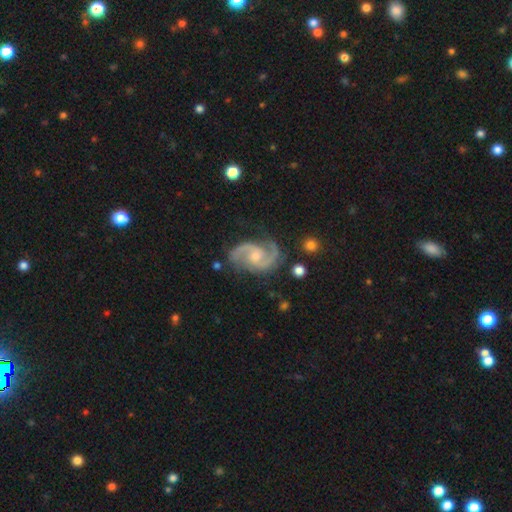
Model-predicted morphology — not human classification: This is clearly a featured or disk galaxy (92%). It is clearly not viewed edge-on (98%). Bar: possibly no (49%). Spiral arm pattern: clearly yes (98%). Spiral arm count: clearly 2 (94%). Spiral winding: likely medium (61%). Central bulge: possibly moderate (48%). Merging: likely none (79%).